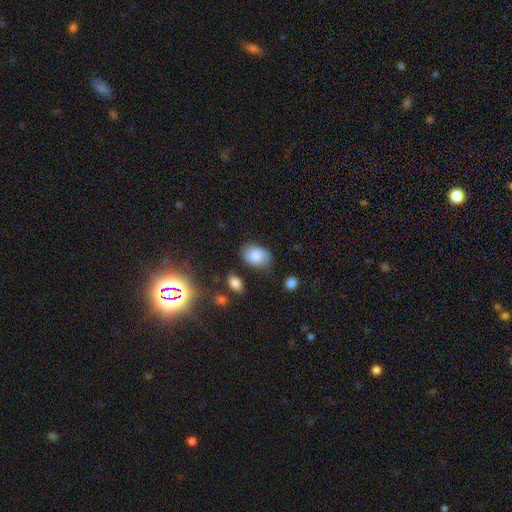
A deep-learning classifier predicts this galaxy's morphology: Smooth or featured? smooth (79%)
How rounded? in between (80%)
Merging? none (67%)